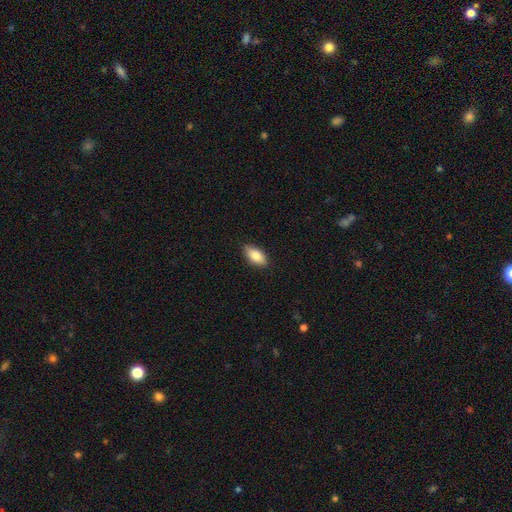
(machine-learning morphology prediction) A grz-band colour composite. It shows a smooth galaxy with no disk features (83%) that is in between round and cigar-shaped (91%). Merging: none (85%).